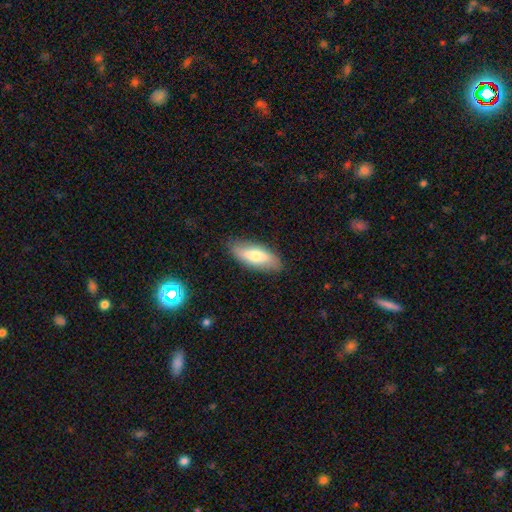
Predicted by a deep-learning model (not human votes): A smooth galaxy with no disk features (65%) that is in between round and cigar-shaped (71%). Merging: none (84%).